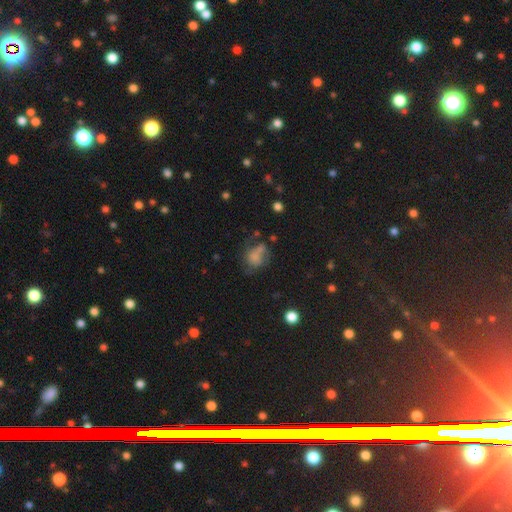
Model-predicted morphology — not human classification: The model was most divided on "merging": none: 33%, major disturbance: 32%, minor disturbance: 26%, merger: 9%. More confident: smooth or featured — smooth (60%); how rounded — in between (56%).